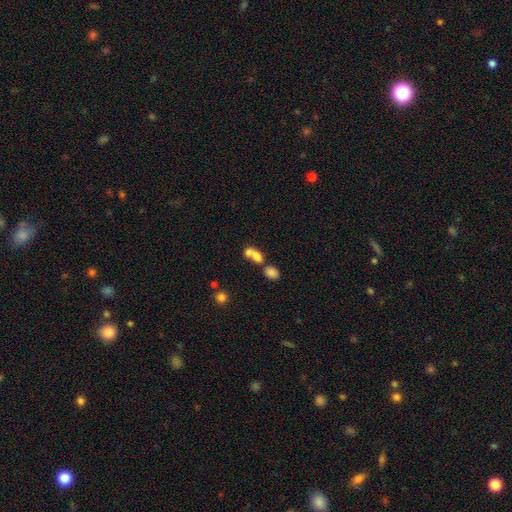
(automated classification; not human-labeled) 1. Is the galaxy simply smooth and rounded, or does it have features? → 73% smooth, 16% featured or disk, 11% star or artifact.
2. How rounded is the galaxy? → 66% in between, 29% round, 5% cigar-shaped.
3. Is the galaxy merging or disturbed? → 67% merger, 21% none, 7% minor disturbance, 5% major disturbance.